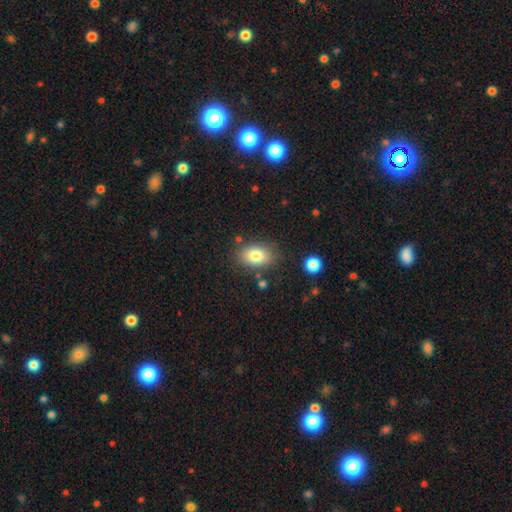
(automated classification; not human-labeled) Q: Smooth or featured?
A: smooth (81%); runner-up: featured or disk (10%)
Q: How rounded?
A: in between (83%); runner-up: round (16%)
Q: Merging?
A: none (80%); runner-up: minor disturbance (13%)